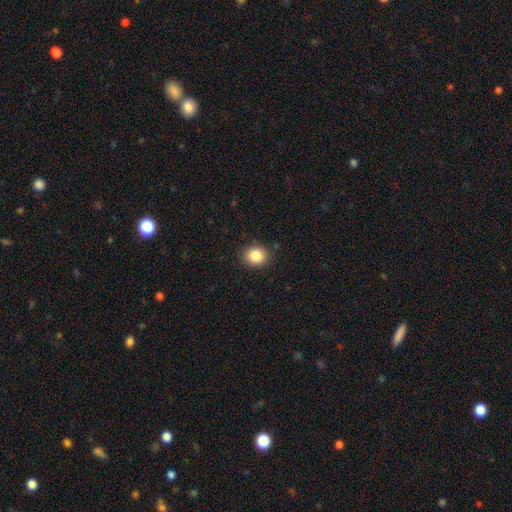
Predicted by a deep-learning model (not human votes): smooth_or_featured: smooth (p=0.85) [alt: star or artifact p=0.10]
how_rounded: round (p=0.72) [alt: in between p=0.27]
merging: none (p=0.87) [alt: minor disturbance p=0.09]